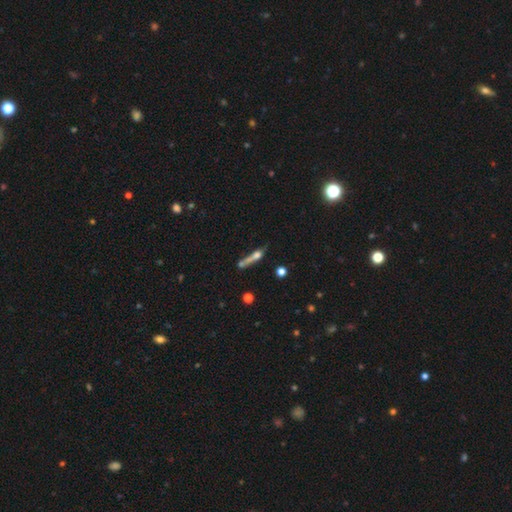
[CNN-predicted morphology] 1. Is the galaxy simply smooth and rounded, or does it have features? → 44% smooth, 43% featured or disk, 13% star or artifact.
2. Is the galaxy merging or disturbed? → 43% none, 22% merger, 18% minor disturbance, 16% major disturbance.